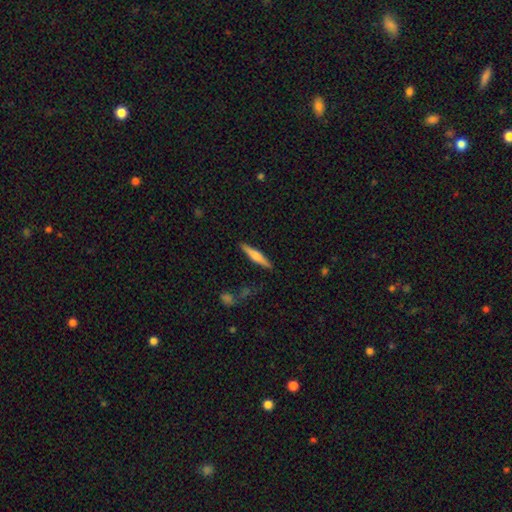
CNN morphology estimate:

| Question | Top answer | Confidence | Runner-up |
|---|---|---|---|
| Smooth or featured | featured or disk | 50% | smooth (44%) |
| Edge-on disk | yes | 97% | no (3%) |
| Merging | none | 89% | minor disturbance (8%) |